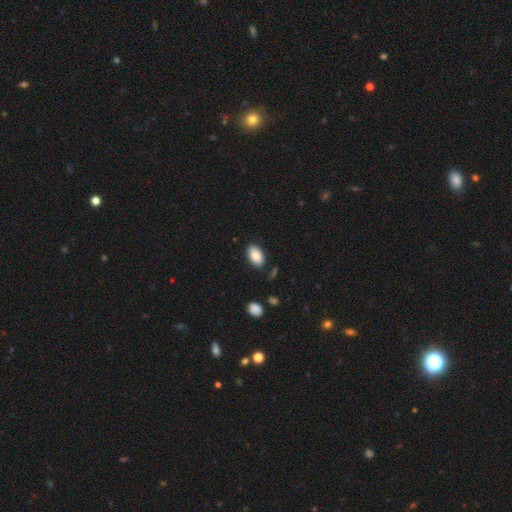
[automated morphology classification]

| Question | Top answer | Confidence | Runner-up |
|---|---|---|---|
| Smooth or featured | smooth | 87% | star or artifact (7%) |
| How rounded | in between | 93% | round (5%) |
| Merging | none | 83% | minor disturbance (12%) |